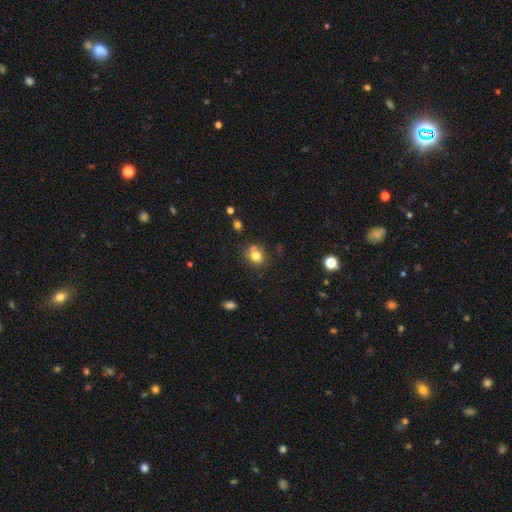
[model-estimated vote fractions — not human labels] Smooth or featured? Predicted: smooth (p=0.77). How rounded? Predicted: round (p=0.67). Merging? Predicted: none (p=0.62).